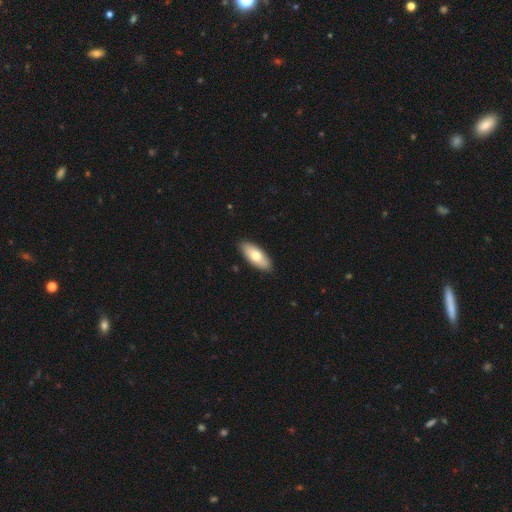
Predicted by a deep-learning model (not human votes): This appears to be a smooth galaxy with no disk features (73%) that is in between round and cigar-shaped (81%). Merging: none (89%).